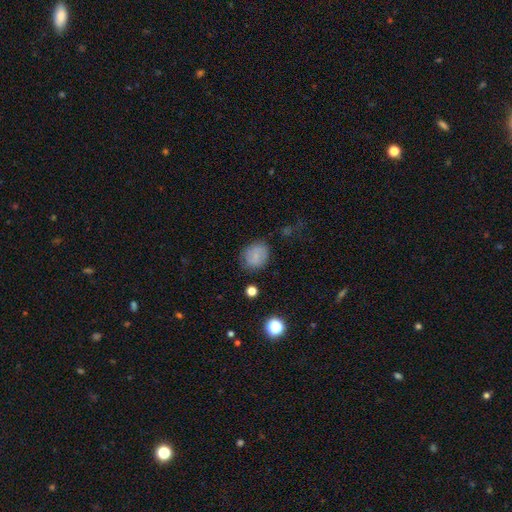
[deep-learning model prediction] smooth 71%, featured or disk 18%, star or artifact 10%. Down the decision tree: how rounded — round (68%); merging — none (77%).